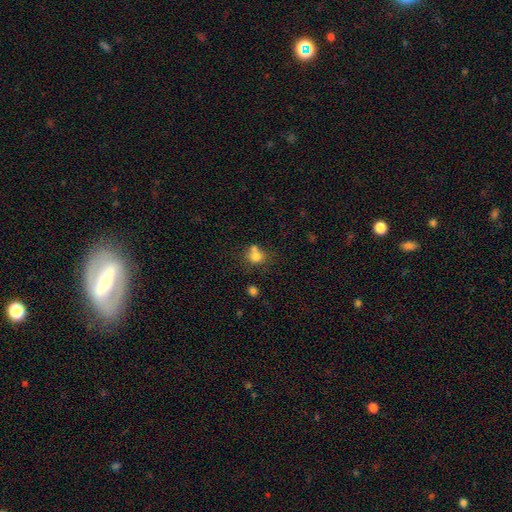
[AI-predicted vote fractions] smooth_or_featured: smooth (p=0.76) [alt: star or artifact p=0.12]
how_rounded: round (p=0.72) [alt: in between p=0.27]
merging: none (p=0.43) [alt: merger p=0.39]